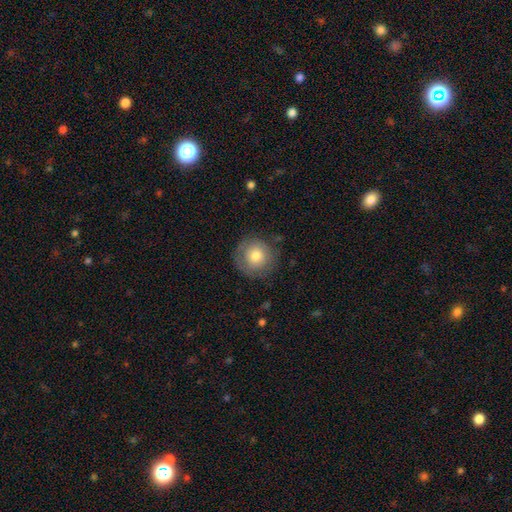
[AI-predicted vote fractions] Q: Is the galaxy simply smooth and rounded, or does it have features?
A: smooth — 74%.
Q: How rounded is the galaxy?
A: round — 94%.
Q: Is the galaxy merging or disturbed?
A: none — 80%.